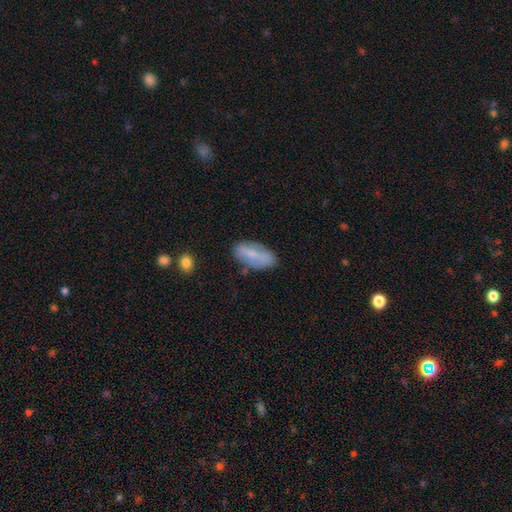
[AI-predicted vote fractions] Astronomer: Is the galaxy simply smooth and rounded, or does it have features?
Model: smooth — 70%.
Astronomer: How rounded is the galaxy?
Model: in between — 87%.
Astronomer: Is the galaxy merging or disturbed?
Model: none — 70%.